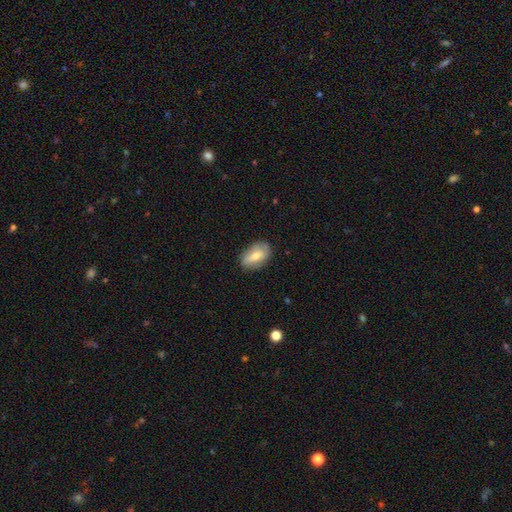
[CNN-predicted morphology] Smooth or featured? Predicted: smooth (p=0.63). How rounded? Predicted: in between (p=0.89). Merging? Predicted: none (p=0.78).